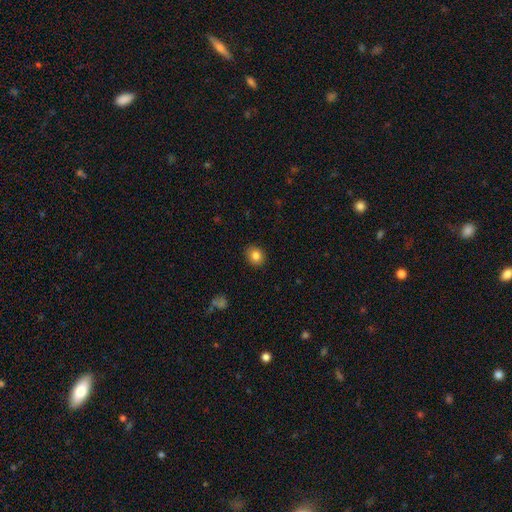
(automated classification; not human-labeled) A smooth galaxy with no disk features (83%) that is round (64%).

Vote fractions:
- Smooth or featured? smooth: 83% / star or artifact: 10% / featured or disk: 7%
- How rounded? round: 64% / in between: 35% / cigar-shaped: 1%
- Merging? none: 89% / minor disturbance: 8% / major disturbance: 2% / merger: 1%